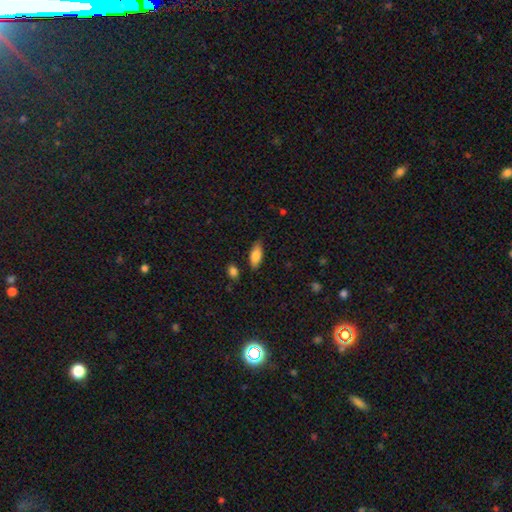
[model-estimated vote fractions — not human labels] Q: Smooth or featured?
A: smooth (81%); runner-up: featured or disk (12%)
Q: How rounded?
A: in between (81%); runner-up: cigar-shaped (16%)
Q: Merging?
A: none (81%); runner-up: minor disturbance (14%)